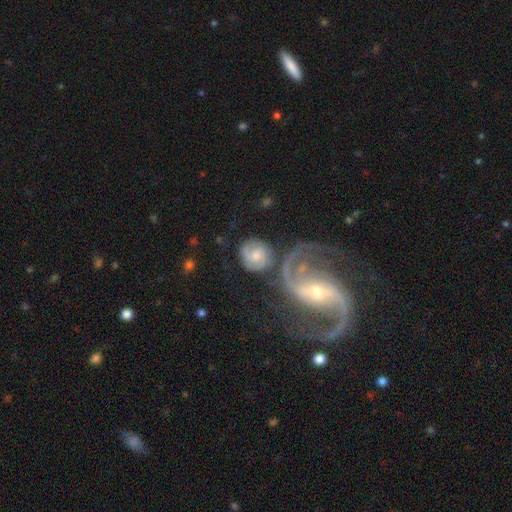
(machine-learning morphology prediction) Smooth or featured: featured or disk — 66% (smooth — 27%)
Edge-on disk: no — 97% (yes — 3%)
Bar: no — 55% (weak — 37%)
Spiral arms: yes — 92% (no — 8%)
Spiral winding: tight — 52% (medium — 37%)
Spiral arm count: 2 — 62% (can't tell — 16%)
Bulge size: moderate — 44% (small — 41%)
Merging: none — 58% (minor disturbance — 16%)